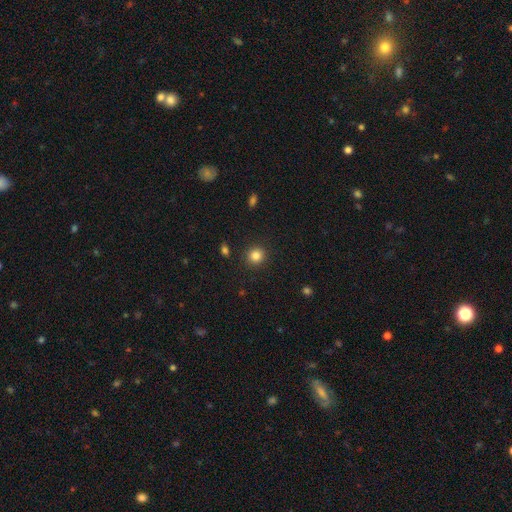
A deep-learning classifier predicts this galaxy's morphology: Smooth or featured? Predicted: smooth (p=0.84). How rounded? Predicted: round (p=0.91). Merging? Predicted: none (p=0.91).